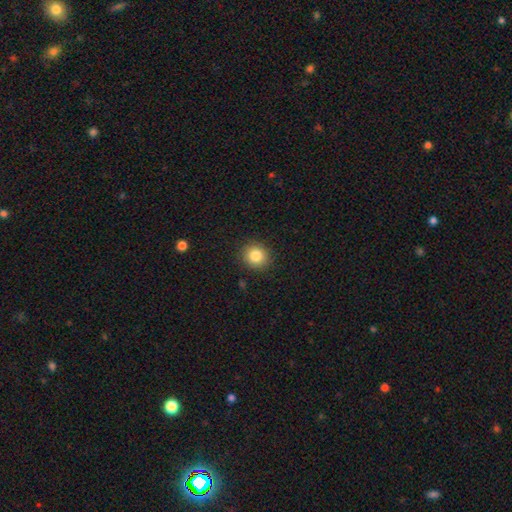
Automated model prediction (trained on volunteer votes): Morphology: type=smooth (84%); roundness=round (86%); merging=none (89%).